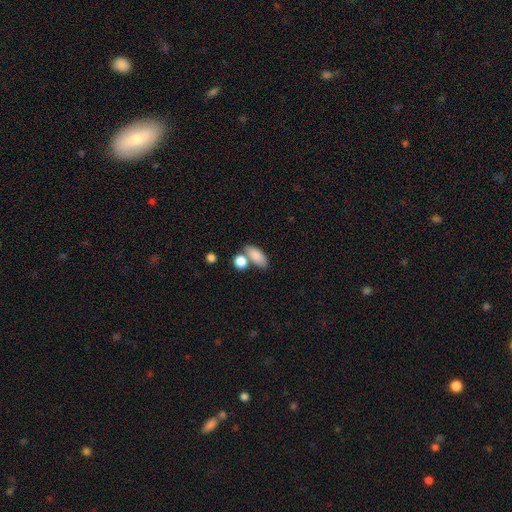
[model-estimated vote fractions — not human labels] smooth_or_featured: smooth (p=0.85) [alt: featured or disk p=0.08]
how_rounded: in between (p=0.84) [alt: round p=0.08]
merging: none (p=0.53) [alt: merger p=0.28]